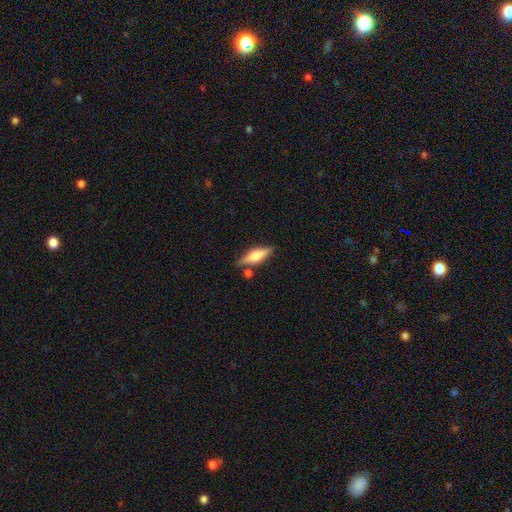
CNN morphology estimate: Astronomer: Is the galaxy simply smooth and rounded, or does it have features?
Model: featured or disk — 51% (runner-up: smooth, 42%).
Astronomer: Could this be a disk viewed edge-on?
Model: yes — 93%.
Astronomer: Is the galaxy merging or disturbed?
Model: none — 76%.